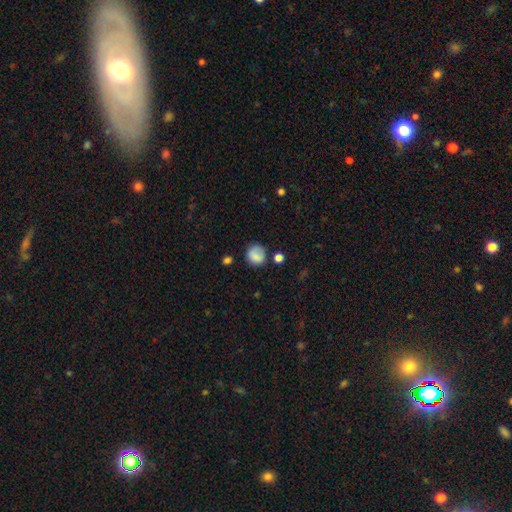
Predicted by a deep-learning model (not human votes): Smooth or featured? Predicted: smooth (p=0.83). How rounded? Predicted: round (p=0.83). Merging? Predicted: none (p=0.70).